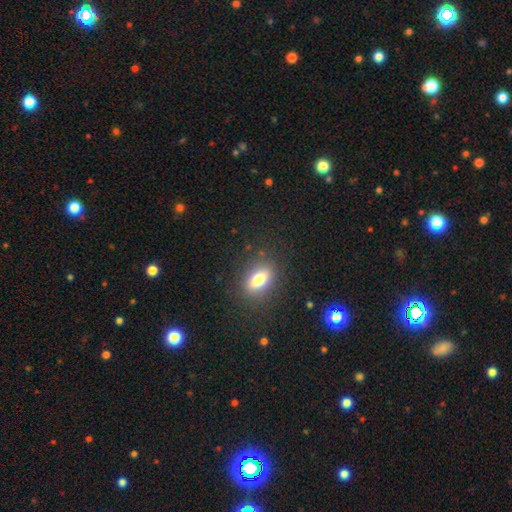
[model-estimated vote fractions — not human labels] Q: Smooth or featured?
A: smooth (66%); runner-up: star or artifact (25%)
Q: How rounded?
A: in between (66%); runner-up: round (31%)
Q: Merging?
A: none (89%); runner-up: minor disturbance (7%)